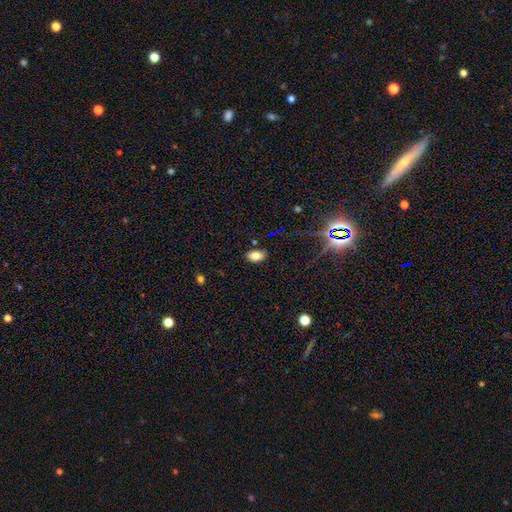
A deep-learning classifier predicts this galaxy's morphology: Overall: smooth (78%). How rounded: in between (92%). Merging: none (84%).